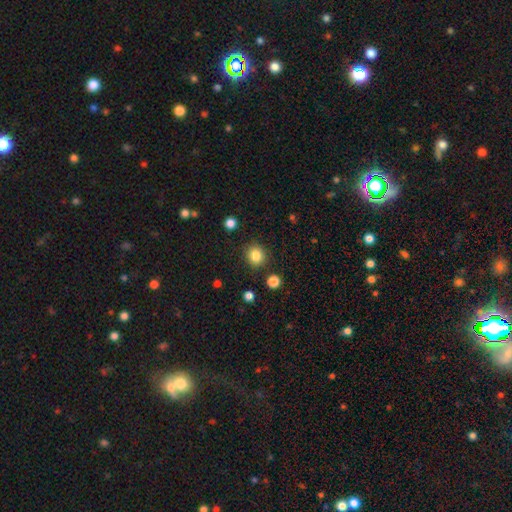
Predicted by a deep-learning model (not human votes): smooth_or_featured: smooth (p=0.85) [alt: star or artifact p=0.11]
how_rounded: round (p=0.87) [alt: in between p=0.12]
merging: none (p=0.88) [alt: minor disturbance p=0.08]